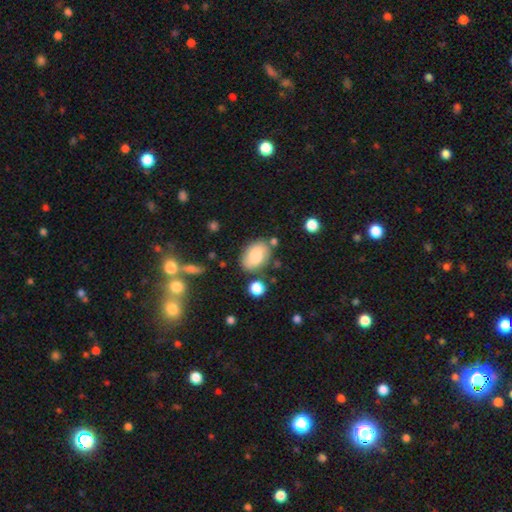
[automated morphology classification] Smooth or featured? Predicted: smooth (p=0.66). How rounded? Predicted: in between (p=0.81). Merging? Predicted: none (p=0.70).